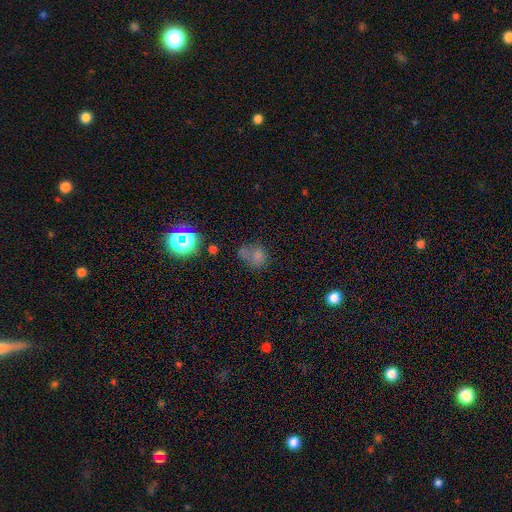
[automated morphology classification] Smooth or featured: smooth — 62% (star or artifact — 25%)
How rounded: round — 49% (tied with in between — 49%)
Merging: none — 40% (minor disturbance — 24%)